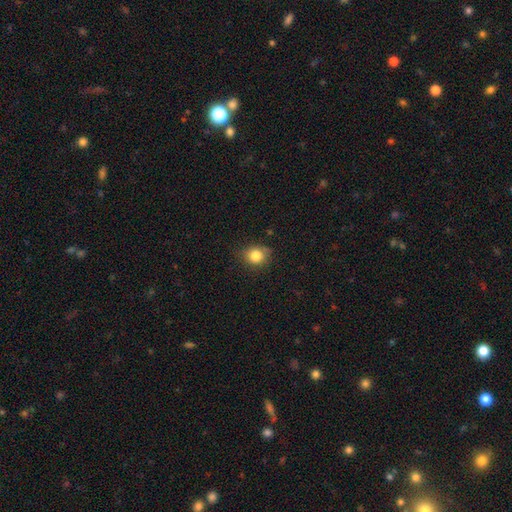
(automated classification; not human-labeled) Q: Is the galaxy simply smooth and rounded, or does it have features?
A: smooth — 83%.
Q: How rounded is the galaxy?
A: round — 74%.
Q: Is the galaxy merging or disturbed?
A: none — 74%.